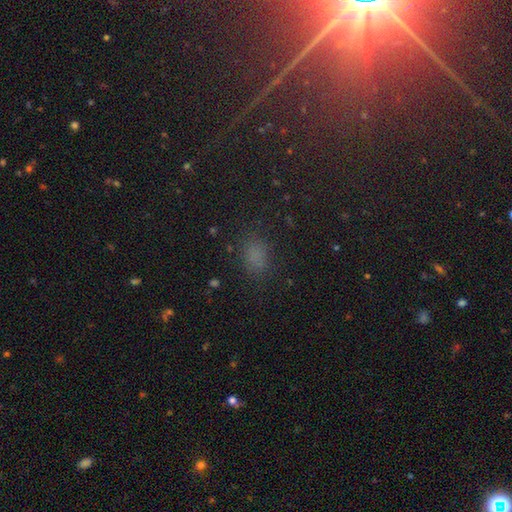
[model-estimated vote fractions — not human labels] A smooth galaxy with no disk features (70%) that is in between round and cigar-shaped (76%).

Vote fractions:
- Smooth or featured? smooth: 70% / star or artifact: 24% / featured or disk: 6%
- How rounded? in between: 76% / round: 21% / cigar-shaped: 2%
- Merging? none: 77% / minor disturbance: 14% / major disturbance: 7% / merger: 2%